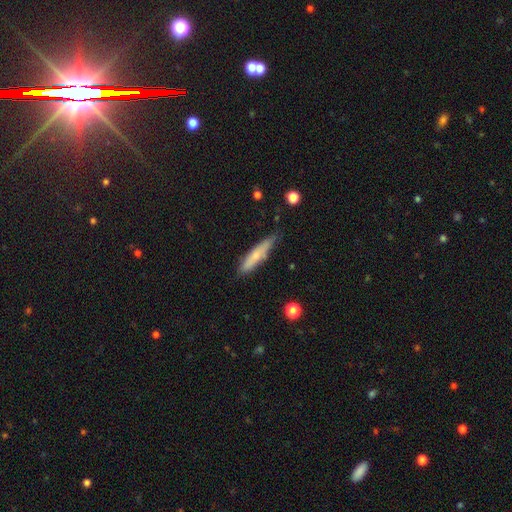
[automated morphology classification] Smooth or featured? smooth (64%)
How rounded? cigar-shaped (84%)
Merging? none (70%)